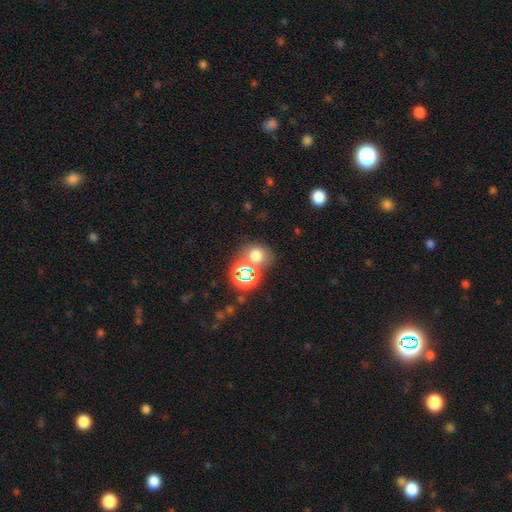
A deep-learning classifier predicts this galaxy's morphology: type=smooth (62%); roundness=round (66%); merging=none (58%).